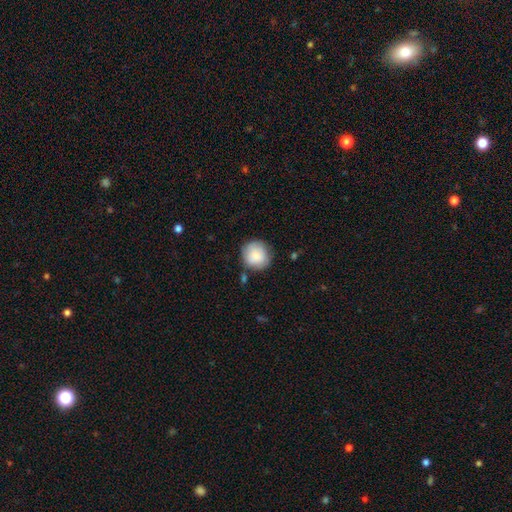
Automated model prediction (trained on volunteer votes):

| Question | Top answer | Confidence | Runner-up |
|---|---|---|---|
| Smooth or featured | smooth | 83% | featured or disk (10%) |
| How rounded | round | 92% | in between (7%) |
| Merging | none | 76% | minor disturbance (16%) |